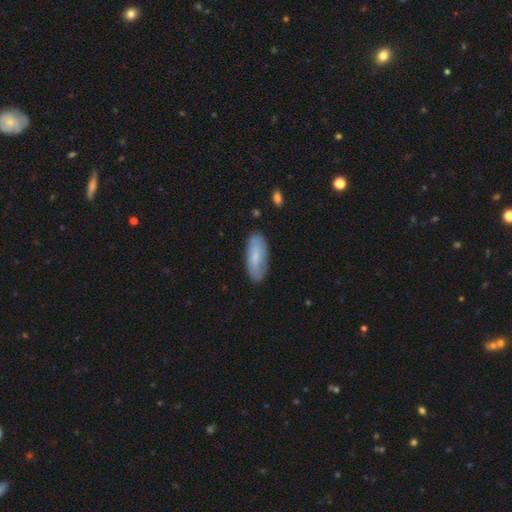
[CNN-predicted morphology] Smooth or featured? Predicted: smooth (p=0.70). How rounded? Predicted: in between (p=0.76). Merging? Predicted: none (p=0.81).